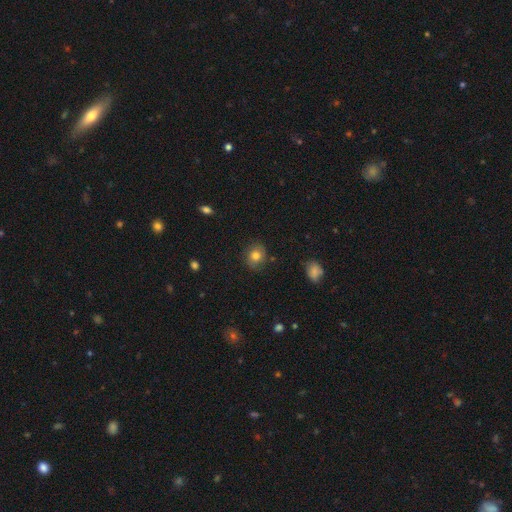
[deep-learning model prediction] Smooth or featured: smooth — 78% (featured or disk — 11%)
How rounded: round — 72% (in between — 27%)
Merging: none — 84% (minor disturbance — 12%)